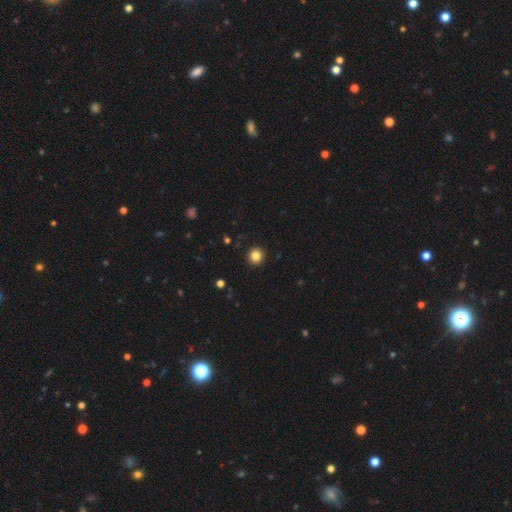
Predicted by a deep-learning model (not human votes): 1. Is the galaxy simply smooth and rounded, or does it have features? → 85% smooth, 11% star or artifact, 4% featured or disk.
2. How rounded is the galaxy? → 95% round, 5% in between, 1% cigar-shaped.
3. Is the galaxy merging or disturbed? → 93% none, 4% minor disturbance, 2% major disturbance, 1% merger.